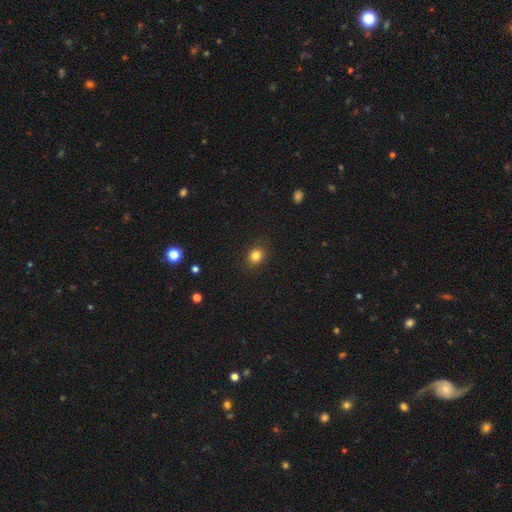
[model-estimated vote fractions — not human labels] A smooth galaxy with no disk features (83%) that is round (62%). Merging: none (89%).